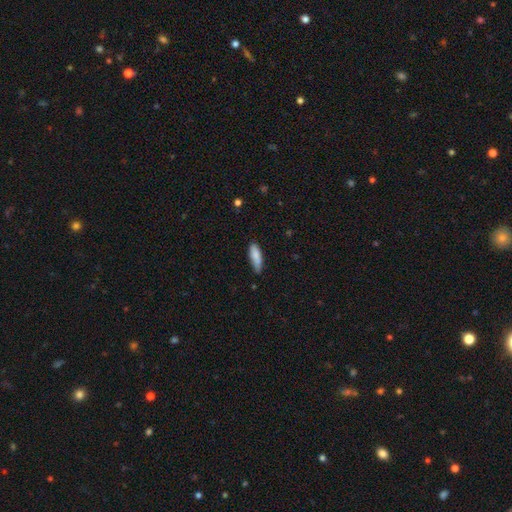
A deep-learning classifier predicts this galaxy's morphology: smooth_or_featured: smooth (p=0.84) [alt: featured or disk p=0.10]
how_rounded: cigar-shaped (p=0.51) [alt: in between p=0.47]
merging: none (p=0.66) [alt: minor disturbance p=0.28]